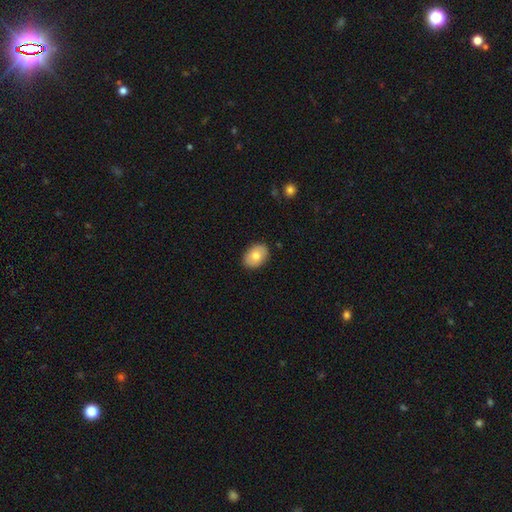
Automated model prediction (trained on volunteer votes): This is likely a smooth galaxy (78%). How rounded: likely in between (78%). Merging: clearly none (89%).